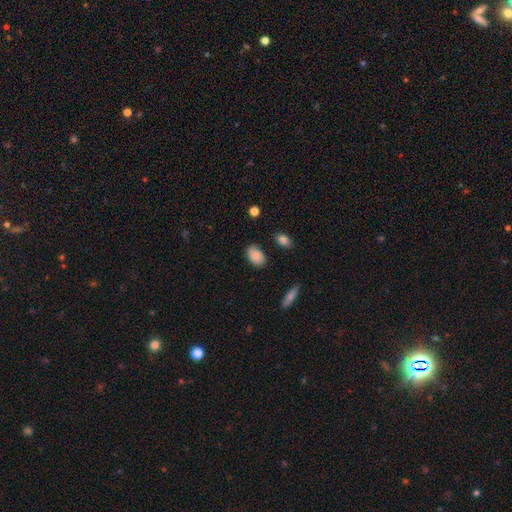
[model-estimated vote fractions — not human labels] Smooth or featured?
  - smooth: 84% *
  - featured or disk: 9%
  - star or artifact: 7%
How rounded?
  - in between: 88% *
  - round: 11%
  - cigar-shaped: 1%
Merging?
  - none: 79% *
  - minor disturbance: 16%
  - major disturbance: 3%
  - merger: 2%